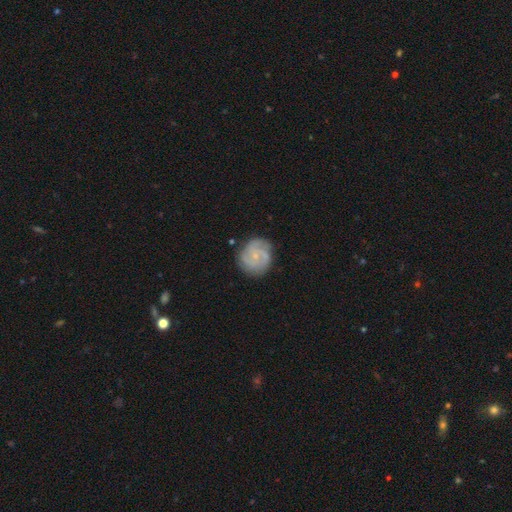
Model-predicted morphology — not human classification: Smooth or featured? Predicted: featured or disk (p=0.76). Edge-on disk? Predicted: no (p=0.98). Bar? Predicted: no (p=0.71). Spiral arms? Predicted: yes (p=0.94). Spiral winding? Predicted: tight (p=0.50). Spiral arm count? Predicted: 3 (p=0.39). Bulge size? Predicted: small (p=0.78). Merging? Predicted: none (p=0.77).